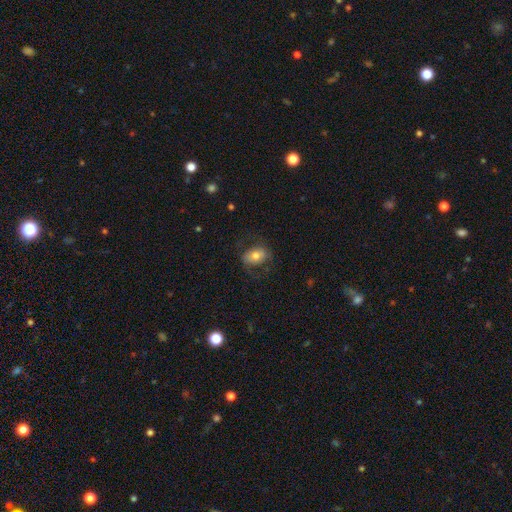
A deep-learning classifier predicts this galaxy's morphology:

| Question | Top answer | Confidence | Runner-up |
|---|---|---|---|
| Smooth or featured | smooth | 66% | featured or disk (26%) |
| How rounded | in between | 82% | round (16%) |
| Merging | none | 69% | minor disturbance (17%) |